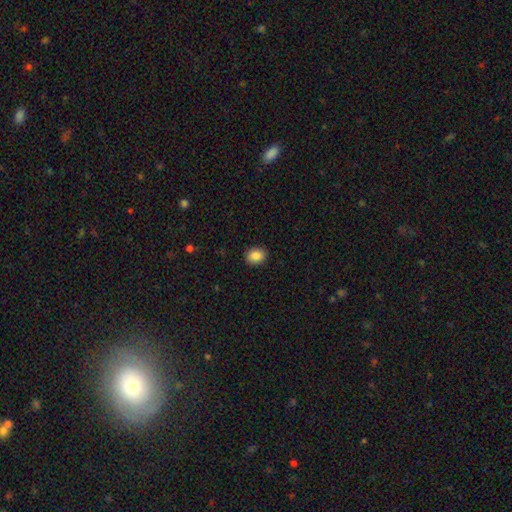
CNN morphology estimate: This is clearly a smooth galaxy (87%). How rounded: possibly in between (51%). Merging: clearly none (90%).